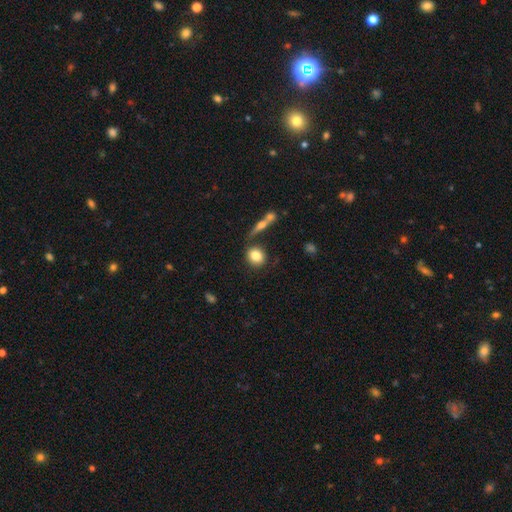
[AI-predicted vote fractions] smooth 82%, featured or disk 10%, star or artifact 8%. Down the decision tree: how rounded — round (74%); merging — none (76%).